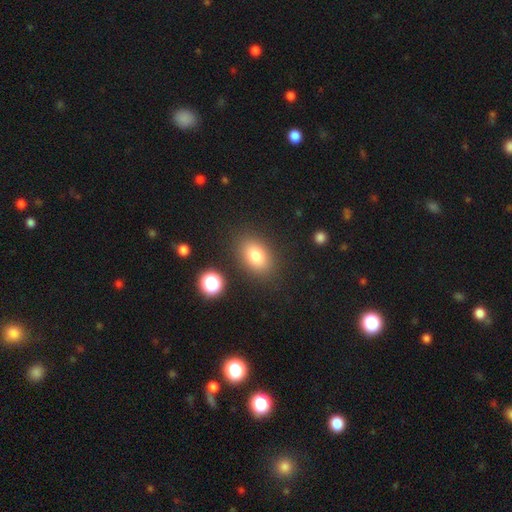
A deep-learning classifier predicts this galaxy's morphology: Q: Smooth or featured?
A: smooth (79%); runner-up: star or artifact (11%)
Q: How rounded?
A: in between (79%); runner-up: round (19%)
Q: Merging?
A: none (85%); runner-up: minor disturbance (9%)